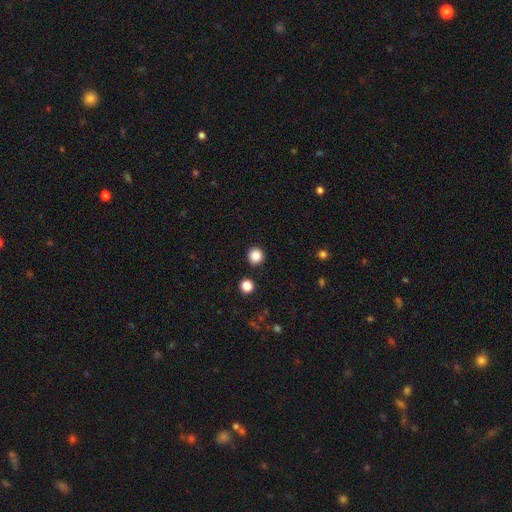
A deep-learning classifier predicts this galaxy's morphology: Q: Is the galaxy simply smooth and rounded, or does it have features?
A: smooth — 86%.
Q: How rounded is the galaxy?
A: round — 93%.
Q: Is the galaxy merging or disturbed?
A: none — 91%.